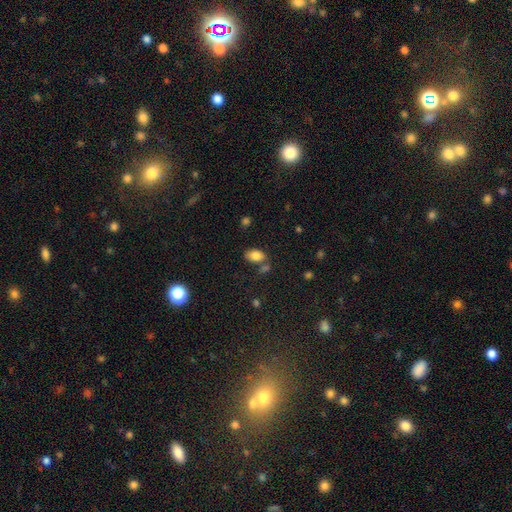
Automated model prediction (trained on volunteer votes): A smooth galaxy with no disk features (82%) that is in between round and cigar-shaped (90%).

Vote fractions:
- Smooth or featured? smooth: 82% / star or artifact: 9% / featured or disk: 8%
- How rounded? in between: 90% / round: 9% / cigar-shaped: 2%
- Merging? none: 62% / merger: 17% / minor disturbance: 15% / major disturbance: 5%